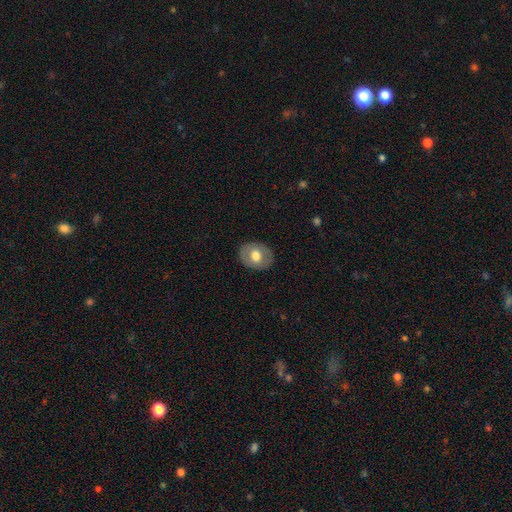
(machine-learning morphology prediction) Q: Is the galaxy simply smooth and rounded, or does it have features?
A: smooth — 64%.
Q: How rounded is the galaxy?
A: in between — 51%.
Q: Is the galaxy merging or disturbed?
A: none — 86%.